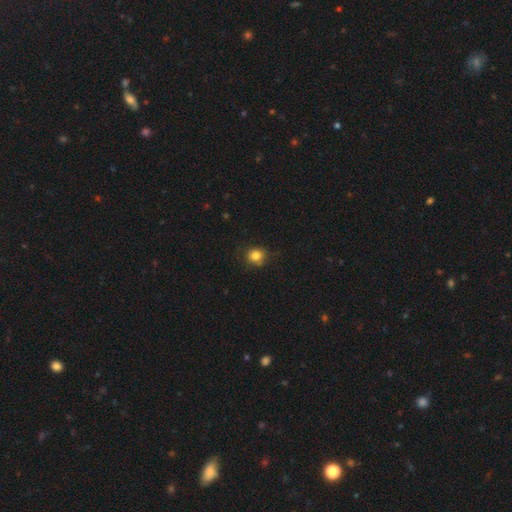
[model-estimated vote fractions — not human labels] smooth-or-featured: smooth: 82% | star or artifact: 12% | featured or disk: 6%
  how-rounded: round: 84% | in between: 15% | cigar-shaped: 1%
  merging: none: 78% | minor disturbance: 16% | major disturbance: 4% | merger: 2%